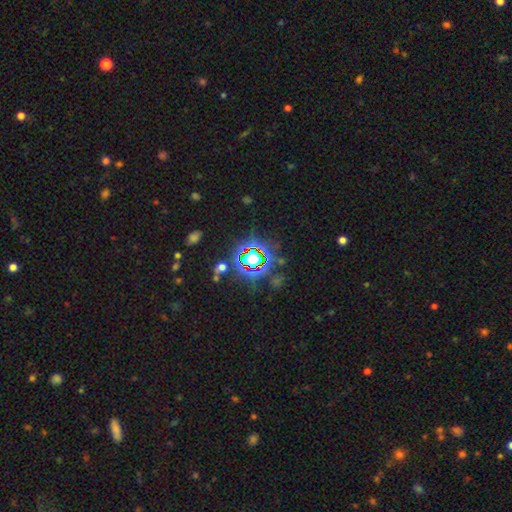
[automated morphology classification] Smooth or featured?
  - star or artifact: 73% *
  - smooth: 16%
  - featured or disk: 10%